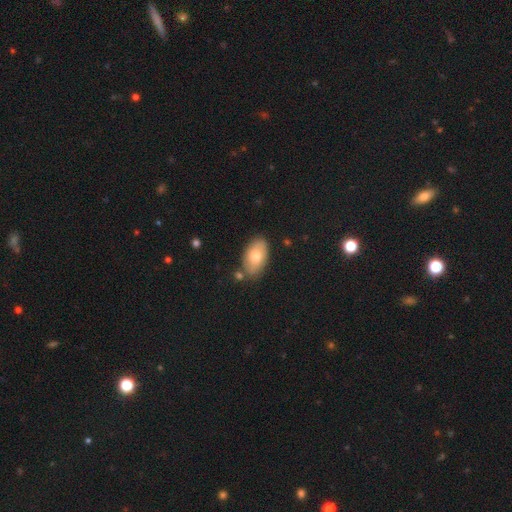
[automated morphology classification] This is likely a smooth galaxy (73%). How rounded: clearly in between (94%). Merging: likely none (77%).